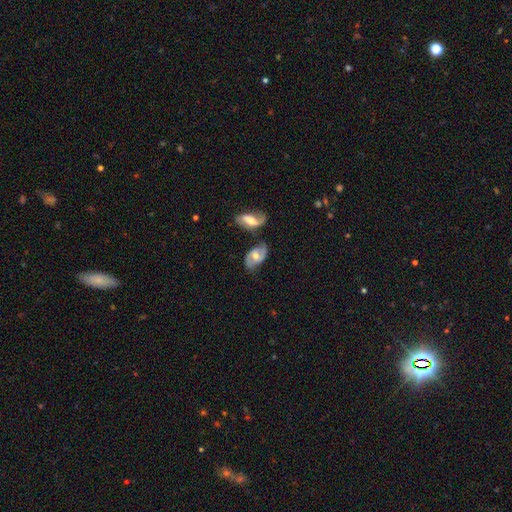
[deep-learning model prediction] The model was most divided on "spiral winding": medium: 42%, loose: 39%, tight: 19%. Remaining: edge-on disk — no (94%); spiral arm count — 2 (85%); spiral arms — yes (85%); bulge size — moderate (71%); smooth or featured — featured or disk (69%); merging — none (56%); bar — no (47%).